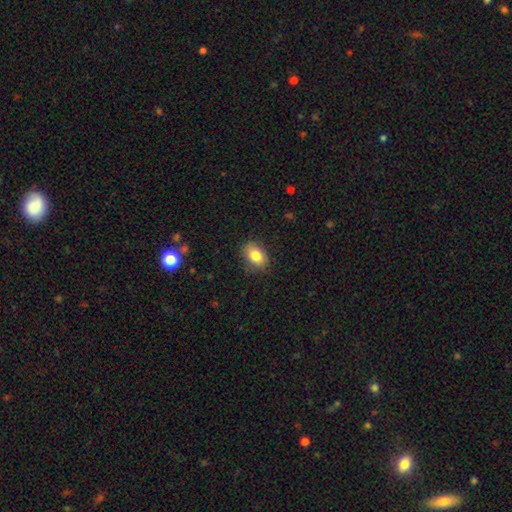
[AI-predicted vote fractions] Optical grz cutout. It shows a smooth galaxy with no disk features (82%) that is in between round and cigar-shaped (78%). Merging: none (84%).